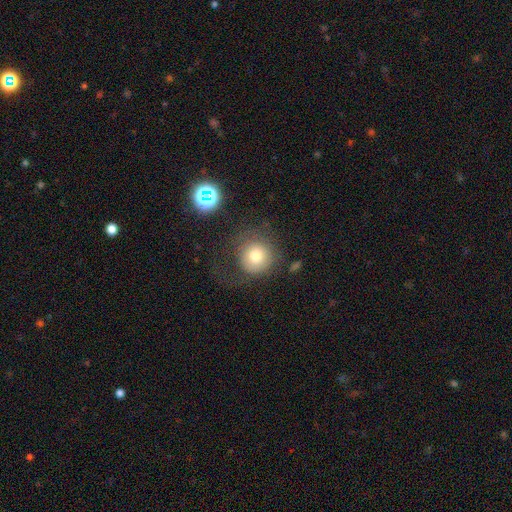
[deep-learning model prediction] The model was most divided on "merging": none: 59%, major disturbance: 21%, minor disturbance: 17%, merger: 3%. More confident: how rounded — round (91%); smooth or featured — smooth (73%).